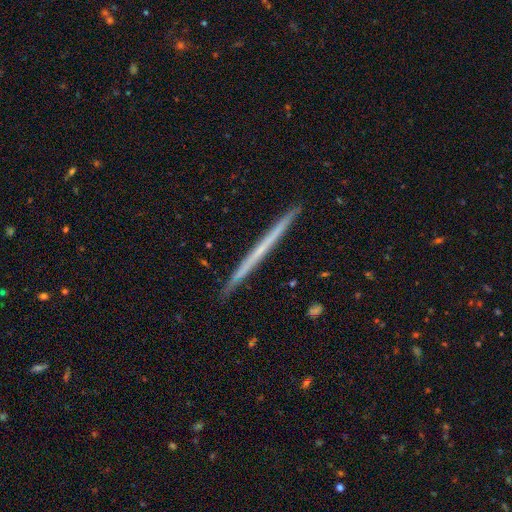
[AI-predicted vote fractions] Smooth or featured?
  - featured or disk: 53% *
  - smooth: 41%
  - star or artifact: 5%
Edge-on disk?
  - yes: 98% *
  - no: 2%
Edge-on bulge?
  - none: 93% *
  - rounded: 5%
  - boxy: 2%
Merging?
  - none: 92% *
  - minor disturbance: 5%
  - major disturbance: 1%
  - merger: 1%